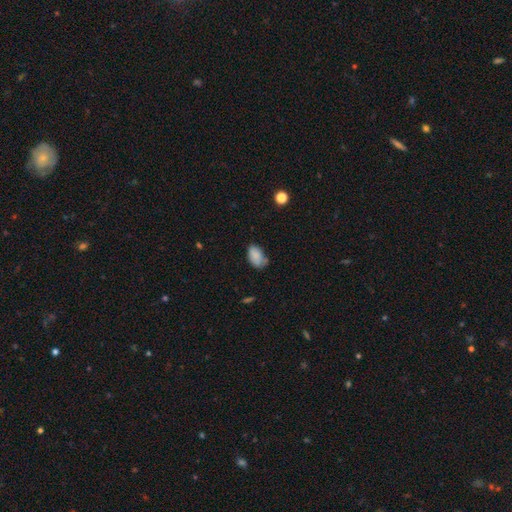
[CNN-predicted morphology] type=smooth (82%); roundness=in between (91%); merging=none (54%).